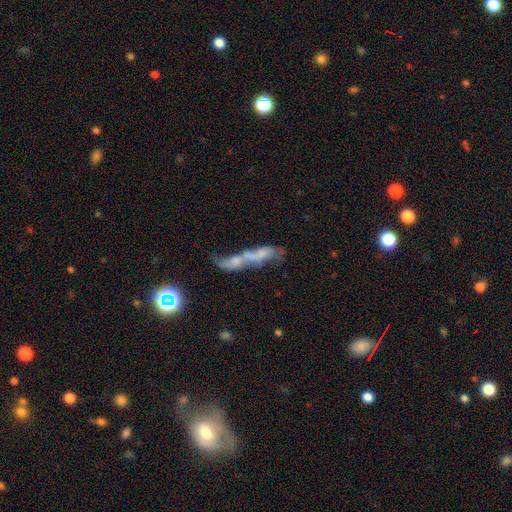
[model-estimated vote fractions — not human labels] smooth 46%, featured or disk 40%, star or artifact 14%. Down the decision tree: merging — merger (68%).